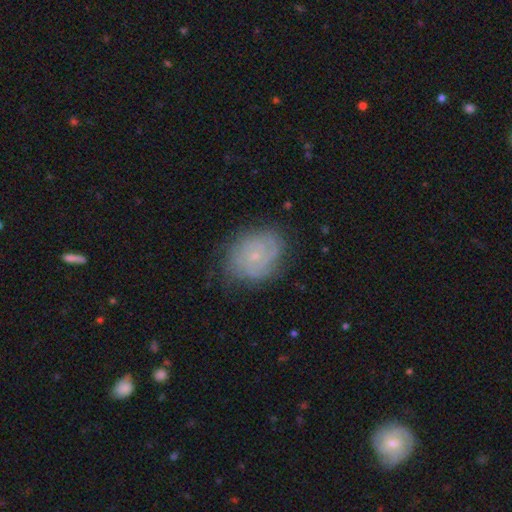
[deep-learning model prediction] The model was most divided on "spiral arm count": can't tell: 37%, 2: 26%, 3: 18%, 4: 8%, 1: 6%, more than 4: 6%. More confident: edge-on disk — no (98%); spiral arms — yes (92%); bulge size — small (80%); bar — no (77%); merging — none (76%); smooth or featured — featured or disk (73%); spiral winding — tight (69%).